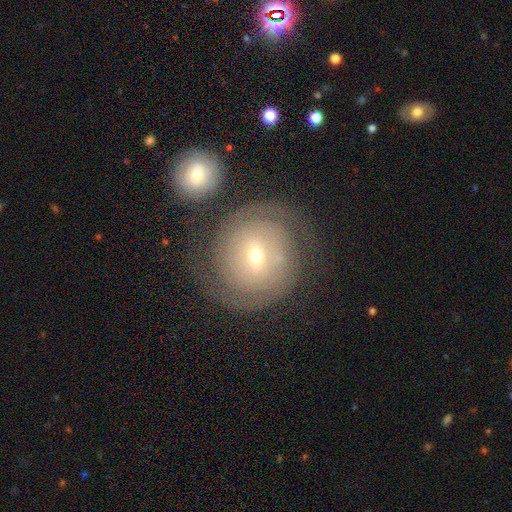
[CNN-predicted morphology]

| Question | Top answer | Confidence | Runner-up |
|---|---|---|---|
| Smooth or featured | featured or disk | 73% | smooth (19%) |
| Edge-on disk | no | 97% | yes (3%) |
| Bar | weak | 44% | no (40%) |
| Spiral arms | yes | 87% | no (13%) |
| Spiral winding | tight | 69% | medium (23%) |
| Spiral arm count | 2 | 61% | can't tell (24%) |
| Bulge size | small | 64% | moderate (33%) |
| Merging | none | 71% | minor disturbance (13%) |